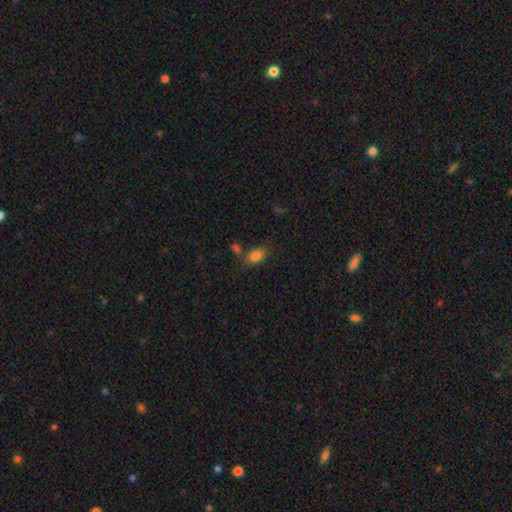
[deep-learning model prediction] Q: Smooth or featured?
A: smooth (83%); runner-up: star or artifact (10%)
Q: How rounded?
A: in between (85%); runner-up: round (13%)
Q: Merging?
A: none (63%); runner-up: minor disturbance (16%)